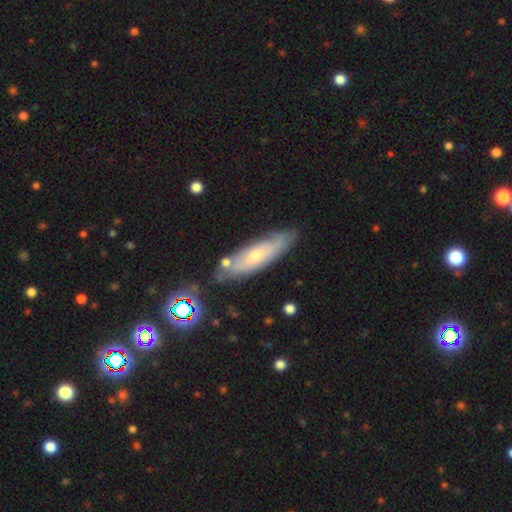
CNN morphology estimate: Smooth or featured? featured or disk (51%)
Edge-on disk? no (64%)
Merging? none (72%)